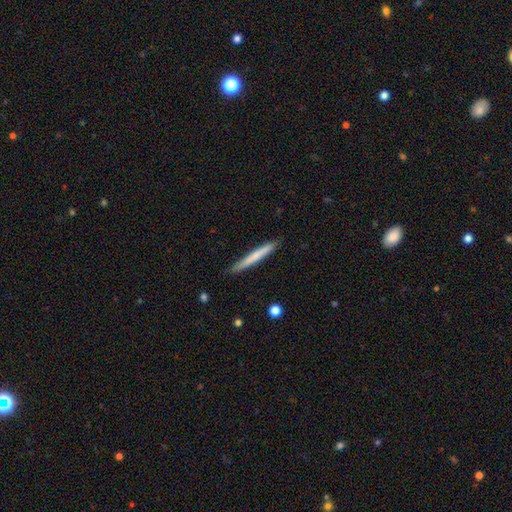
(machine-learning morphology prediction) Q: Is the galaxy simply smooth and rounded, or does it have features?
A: smooth — 63%.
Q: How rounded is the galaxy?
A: cigar-shaped — 97%.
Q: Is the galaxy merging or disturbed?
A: none — 89%.